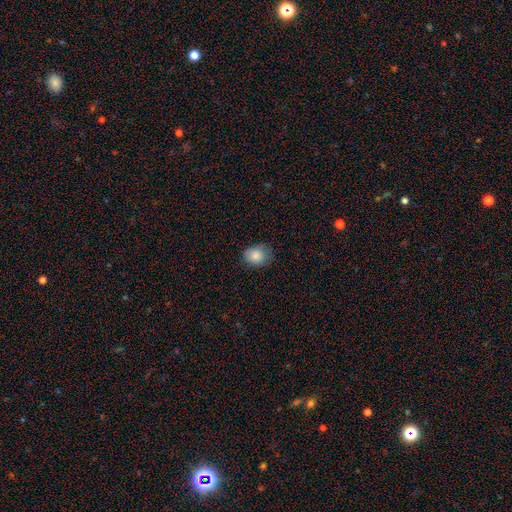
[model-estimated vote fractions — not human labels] Smooth or featured?
  - smooth: 84% *
  - star or artifact: 9%
  - featured or disk: 7%
How rounded?
  - round: 52% *
  - in between: 48%
  - cigar-shaped: 1%
Merging?
  - none: 66% *
  - minor disturbance: 27%
  - major disturbance: 7%
  - merger: 1%